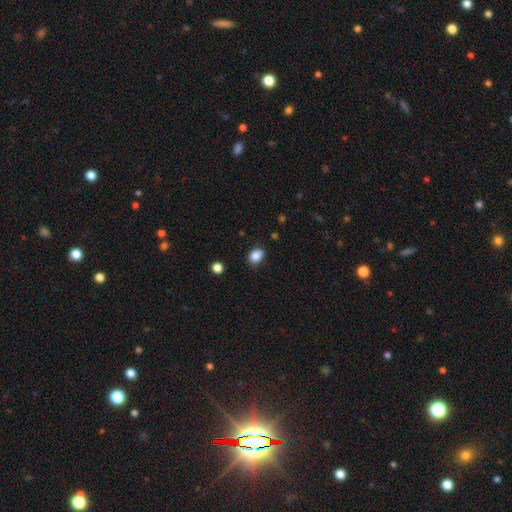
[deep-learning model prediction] Overall: smooth (86%). How rounded: in between (68%; round 30%). Merging: none (77%).